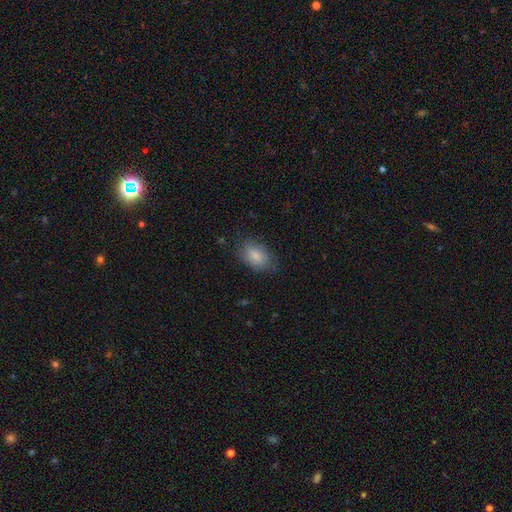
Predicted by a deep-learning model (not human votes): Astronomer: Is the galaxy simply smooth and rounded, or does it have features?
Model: smooth — 83%.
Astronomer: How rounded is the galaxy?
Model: in between — 87%.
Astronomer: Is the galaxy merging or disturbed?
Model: none — 73%.